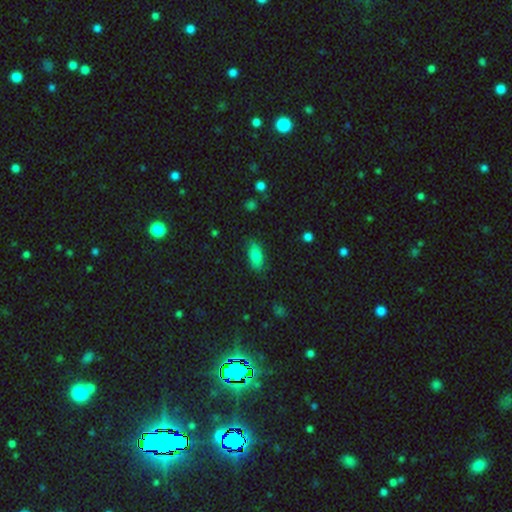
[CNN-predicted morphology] This appears to be a smooth galaxy with no disk features (81%) that is in between round and cigar-shaped (88%). Merging: none (82%).